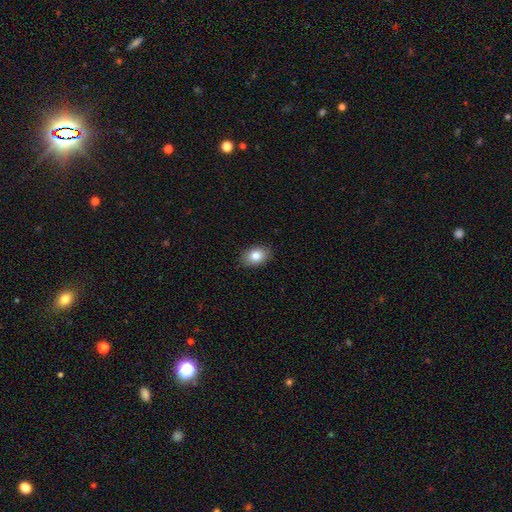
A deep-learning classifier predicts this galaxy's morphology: A smooth galaxy with no disk features (84%) that is in between round and cigar-shaped (83%).

Vote fractions:
- Smooth or featured? smooth: 84% / featured or disk: 8% / star or artifact: 8%
- How rounded? in between: 83% / round: 16% / cigar-shaped: 1%
- Merging? none: 87% / minor disturbance: 10% / major disturbance: 2% / merger: 1%